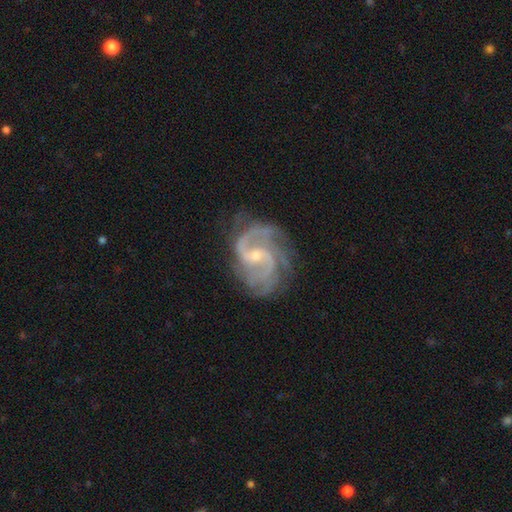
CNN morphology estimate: A featured or disk galaxy (91%) with a weak bar (51%), 2 (58%) medium (55%) spiral arms (98%) and a small central bulge (68%). Merging: none (65%).